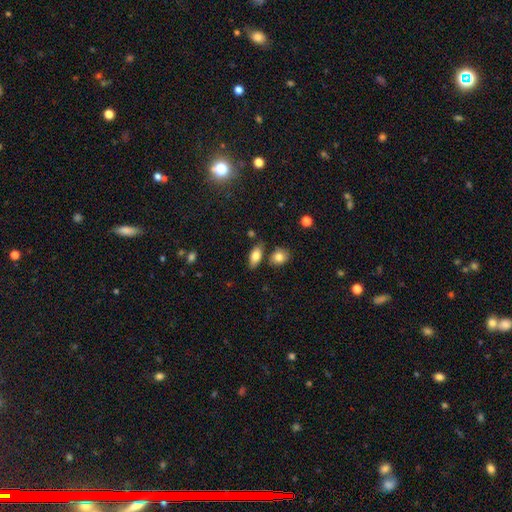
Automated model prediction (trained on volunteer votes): This appears to be a smooth galaxy with no disk features (81%) that is in between round and cigar-shaped (88%). Merging: none (72%).